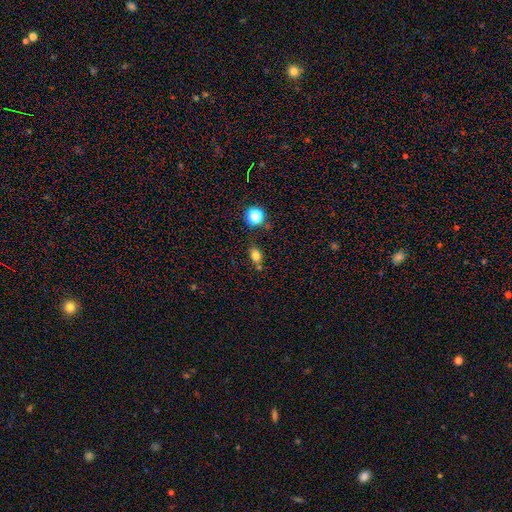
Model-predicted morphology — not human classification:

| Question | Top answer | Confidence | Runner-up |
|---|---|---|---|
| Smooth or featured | smooth | 77% | star or artifact (15%) |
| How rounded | in between | 57% | round (41%) |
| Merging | none | 66% | minor disturbance (16%) |